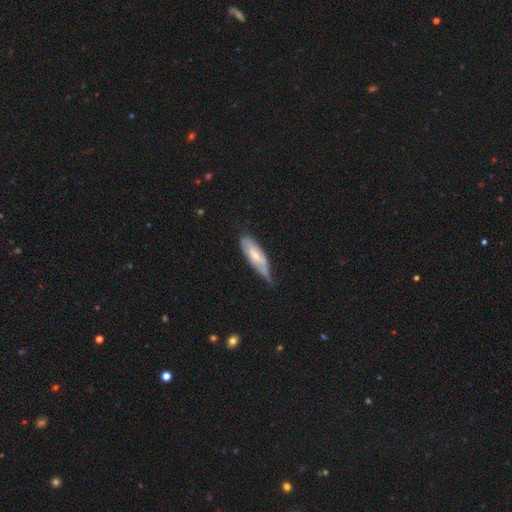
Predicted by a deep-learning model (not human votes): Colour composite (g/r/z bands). It shows a smooth galaxy with no disk features (49%). Merging: none (44%, tied with minor disturbance).